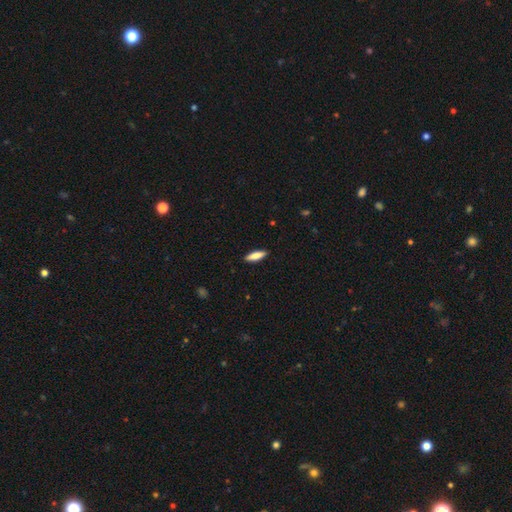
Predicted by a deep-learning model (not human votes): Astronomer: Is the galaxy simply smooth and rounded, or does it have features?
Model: smooth — 80%.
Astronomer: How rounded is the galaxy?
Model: cigar-shaped — 56% (runner-up: in between, 42%).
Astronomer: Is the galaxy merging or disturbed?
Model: none — 90%.